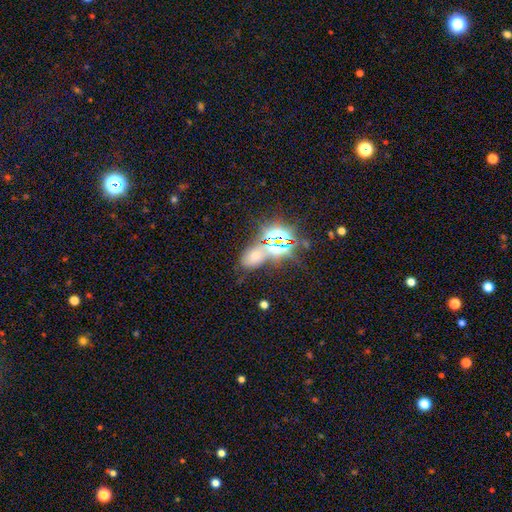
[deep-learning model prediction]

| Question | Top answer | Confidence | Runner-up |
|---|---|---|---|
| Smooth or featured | smooth | 46% | star or artifact (43%) |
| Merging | none | 59% | merger (18%) |